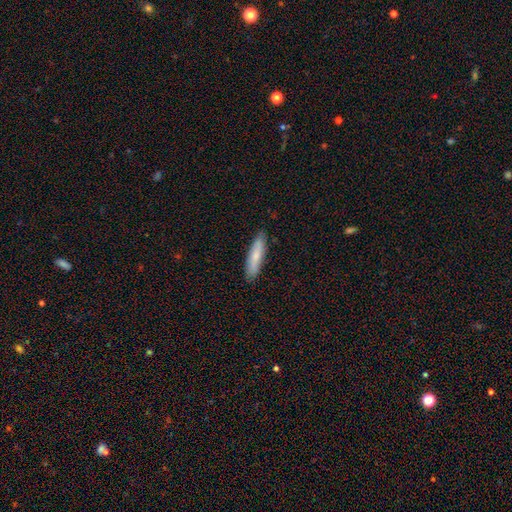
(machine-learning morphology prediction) Q: Smooth or featured?
A: smooth (76%); runner-up: featured or disk (18%)
Q: How rounded?
A: cigar-shaped (80%); runner-up: in between (18%)
Q: Merging?
A: none (88%); runner-up: minor disturbance (9%)